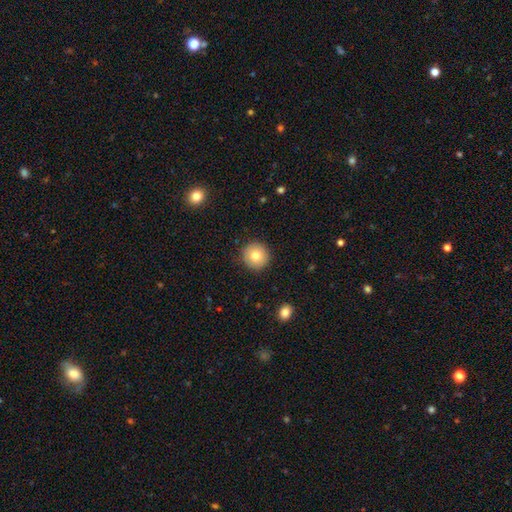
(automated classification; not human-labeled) Smooth or featured: smooth — 77% (featured or disk — 14%)
How rounded: round — 95% (in between — 4%)
Merging: none — 91% (minor disturbance — 6%)